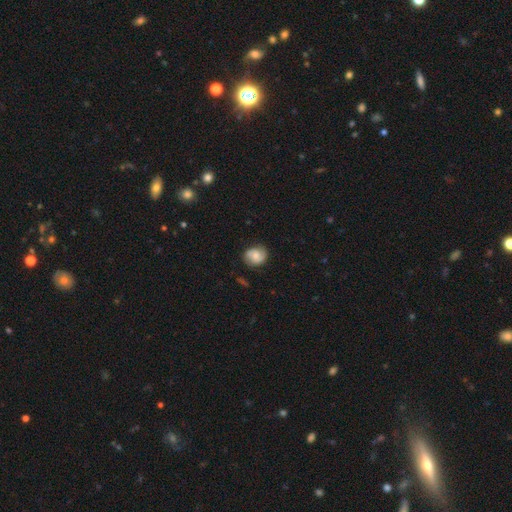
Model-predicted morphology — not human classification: Smooth or featured? Predicted: featured or disk (p=0.48). Merging? Predicted: none (p=0.78).